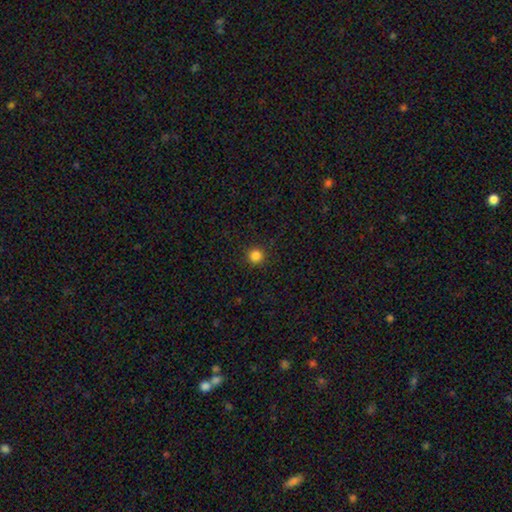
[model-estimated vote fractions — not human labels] This appears to be a smooth galaxy with no disk features (84%) that is round (95%). Merging: none (93%).